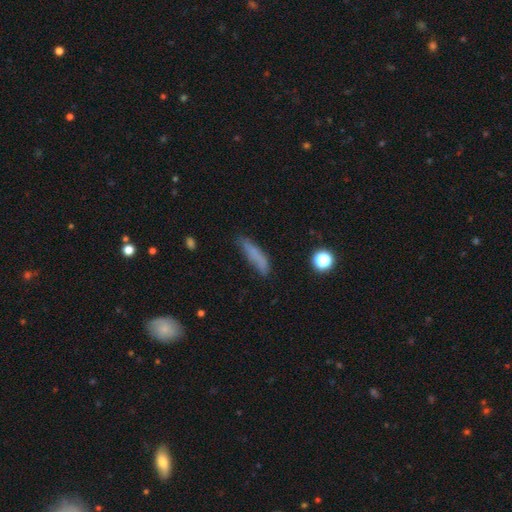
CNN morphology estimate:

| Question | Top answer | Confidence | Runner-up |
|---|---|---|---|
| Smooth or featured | smooth | 72% | featured or disk (17%) |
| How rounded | cigar-shaped | 78% | in between (19%) |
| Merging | none | 63% | minor disturbance (26%) |